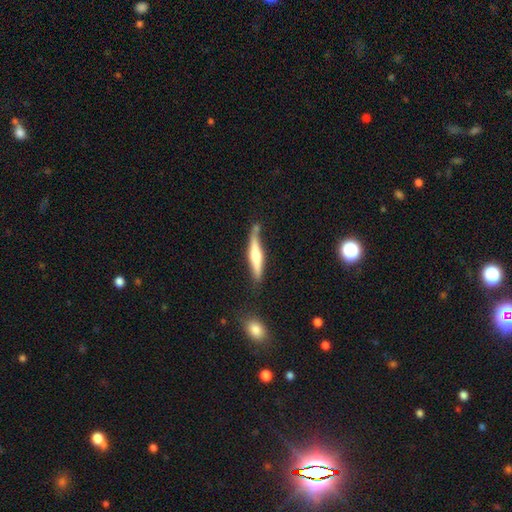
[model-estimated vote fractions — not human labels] Smooth or featured? featured or disk (51%)
Edge-on disk? yes (93%)
Merging? none (64%)